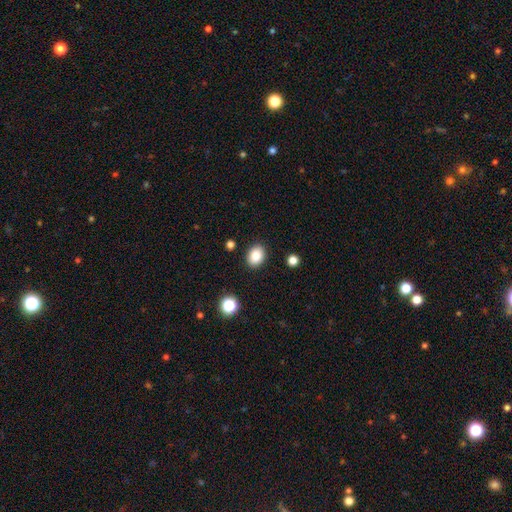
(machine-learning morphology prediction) smooth_or_featured: smooth (p=0.85) [alt: star or artifact p=0.09]
how_rounded: in between (p=0.63) [alt: round p=0.36]
merging: none (p=0.88) [alt: minor disturbance p=0.08]